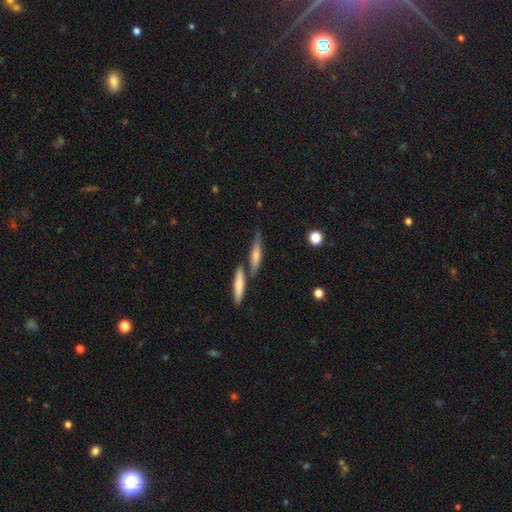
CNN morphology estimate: smooth 51%, featured or disk 42%, star or artifact 7%. Down the decision tree: how rounded — cigar-shaped (80%); merging — none (64%).